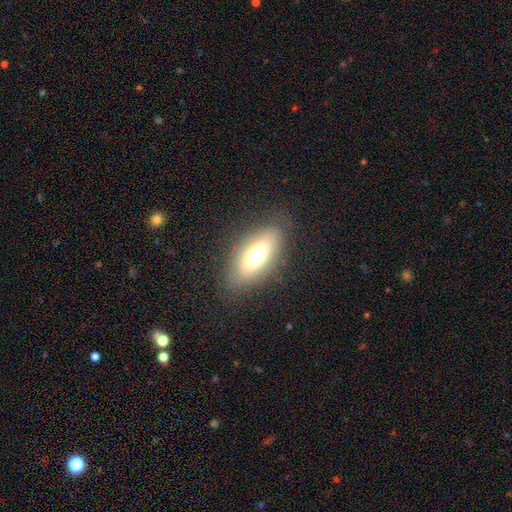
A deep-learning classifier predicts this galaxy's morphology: smooth_or_featured: smooth (p=0.65) [alt: featured or disk p=0.27]
how_rounded: in between (p=0.80) [alt: cigar-shaped p=0.17]
merging: none (p=0.83) [alt: minor disturbance p=0.12]